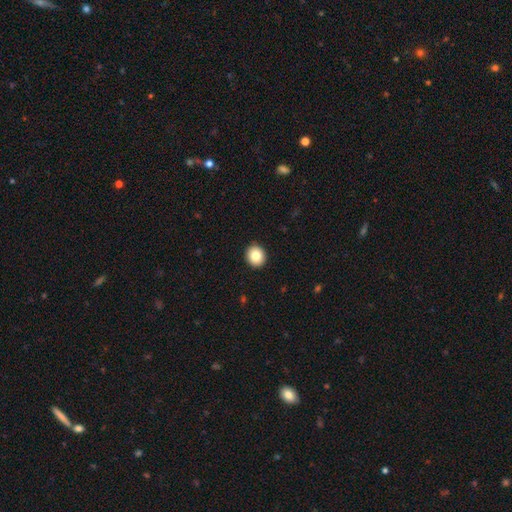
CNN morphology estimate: smooth 83%, star or artifact 9%, featured or disk 8%. Down the decision tree: how rounded — round (83%); merging — none (93%).